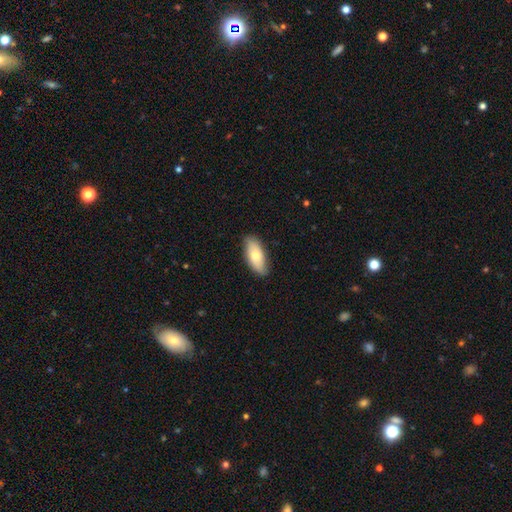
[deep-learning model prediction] A smooth galaxy with no disk features (71%) that is in between round and cigar-shaped (86%).

Vote fractions:
- Smooth or featured? smooth: 71% / featured or disk: 23% / star or artifact: 6%
- How rounded? in between: 86% / cigar-shaped: 12% / round: 3%
- Merging? none: 84% / minor disturbance: 13% / major disturbance: 2% / merger: 1%